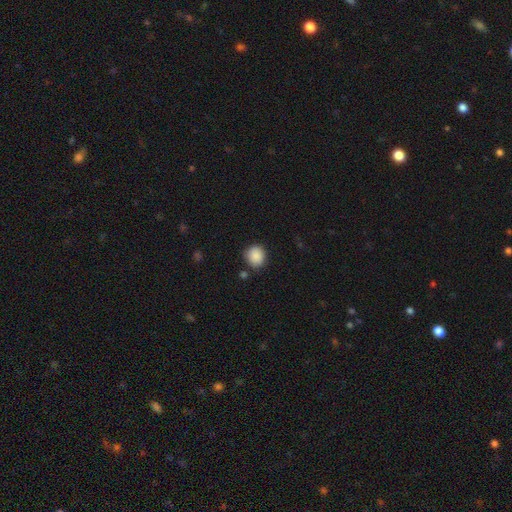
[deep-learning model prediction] Smooth or featured? Predicted: smooth (p=0.89). How rounded? Predicted: round (p=0.82). Merging? Predicted: none (p=0.82).